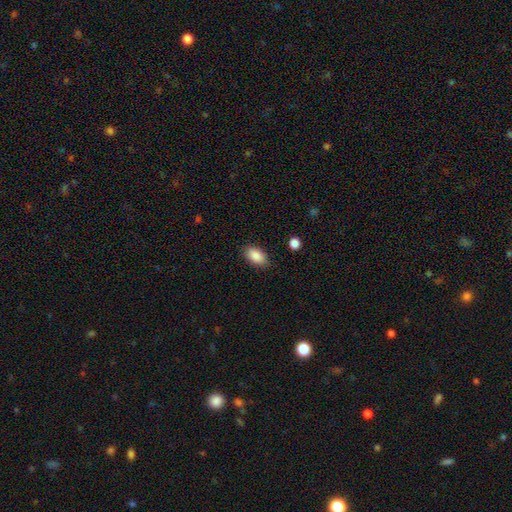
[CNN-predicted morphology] smooth 88%, star or artifact 7%, featured or disk 5%. Down the decision tree: how rounded — in between (92%); merging — none (85%).